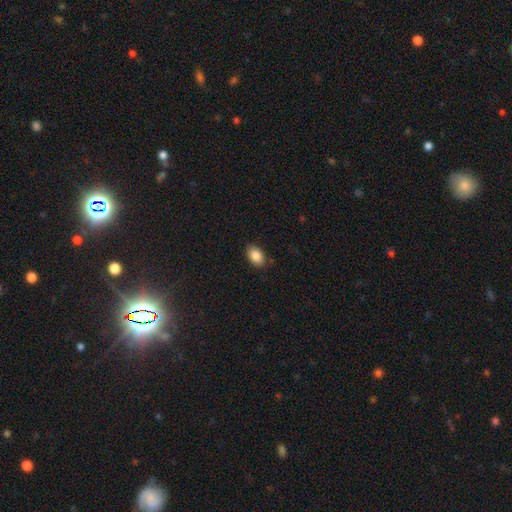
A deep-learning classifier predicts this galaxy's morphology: Overall: smooth (87%). How rounded: in between (88%). Merging: none (85%).